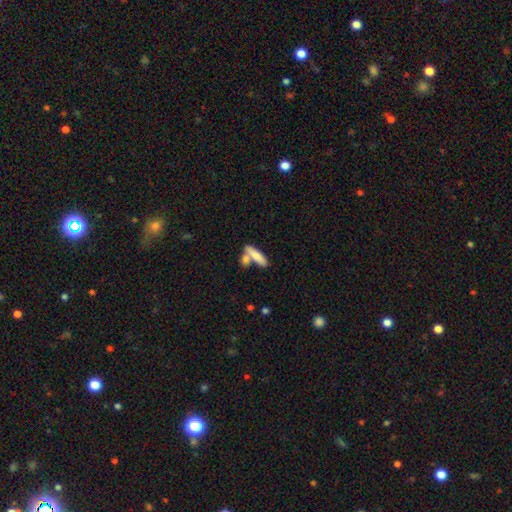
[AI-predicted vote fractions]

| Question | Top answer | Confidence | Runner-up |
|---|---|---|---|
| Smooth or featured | smooth | 76% | featured or disk (18%) |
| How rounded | cigar-shaped | 61% | in between (36%) |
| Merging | none | 48% | merger (37%) |